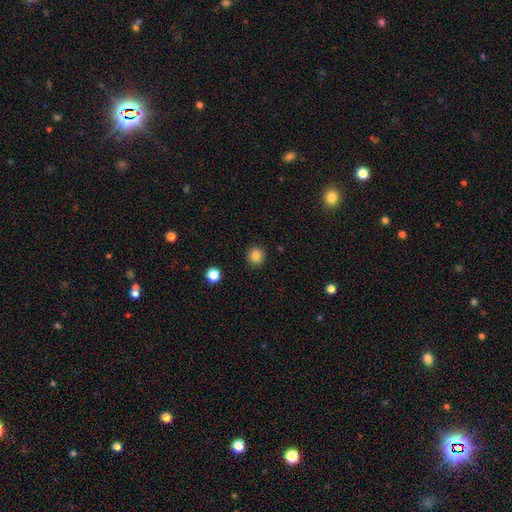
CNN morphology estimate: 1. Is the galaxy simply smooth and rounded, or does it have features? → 84% smooth, 11% star or artifact, 5% featured or disk.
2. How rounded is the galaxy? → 94% round, 5% in between, 1% cigar-shaped.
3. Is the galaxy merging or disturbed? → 92% none, 5% minor disturbance, 2% major disturbance, 1% merger.